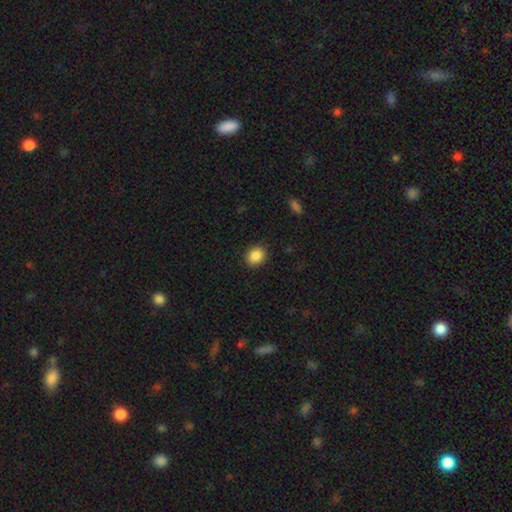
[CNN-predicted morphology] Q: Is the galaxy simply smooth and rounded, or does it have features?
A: smooth — 87%.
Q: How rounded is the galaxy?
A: round — 60%.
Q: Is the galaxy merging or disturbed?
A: none — 90%.